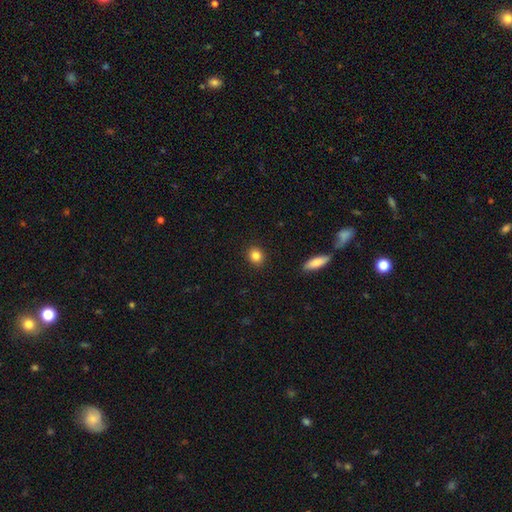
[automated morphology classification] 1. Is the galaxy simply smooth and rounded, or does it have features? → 85% smooth, 10% star or artifact, 5% featured or disk.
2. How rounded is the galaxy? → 70% round, 28% in between, 1% cigar-shaped.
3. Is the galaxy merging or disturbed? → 91% none, 6% minor disturbance, 2% major disturbance, 1% merger.